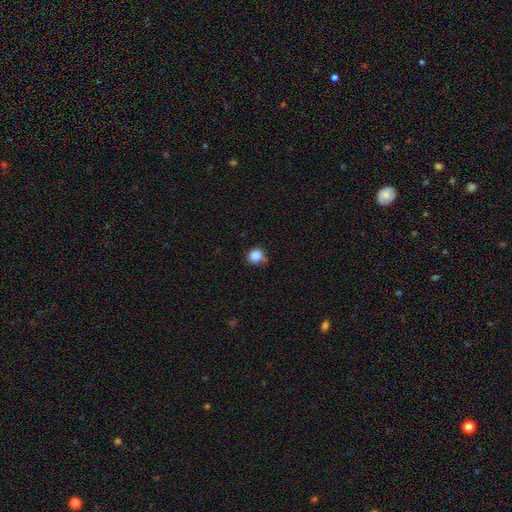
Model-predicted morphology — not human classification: type=smooth (86%); roundness=round (86%); merging=none (66%).